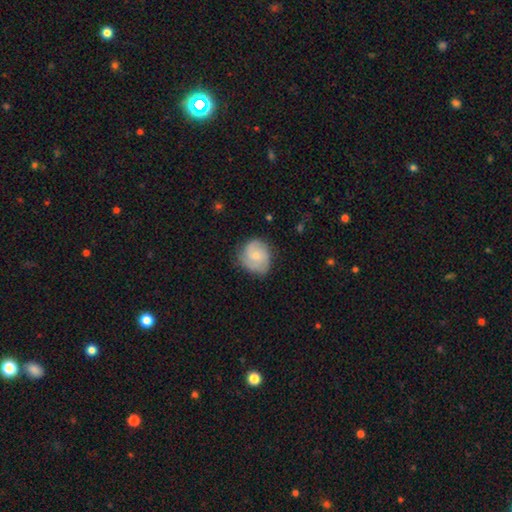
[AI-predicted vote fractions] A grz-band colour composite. It shows a featured or disk galaxy (48%). Merging: none (65%).